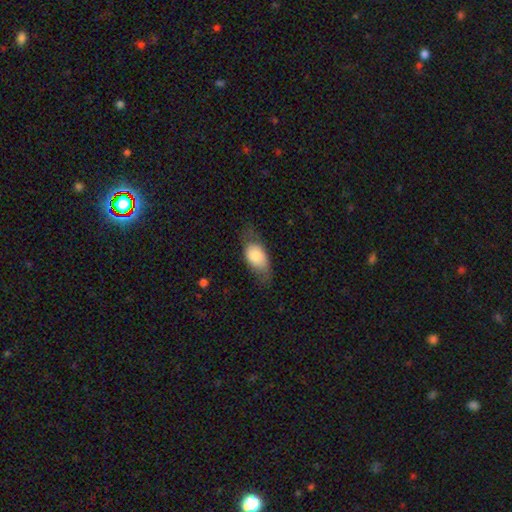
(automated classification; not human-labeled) This is likely a smooth galaxy (72%). How rounded: clearly in between (86%). Merging: possibly none (54%).